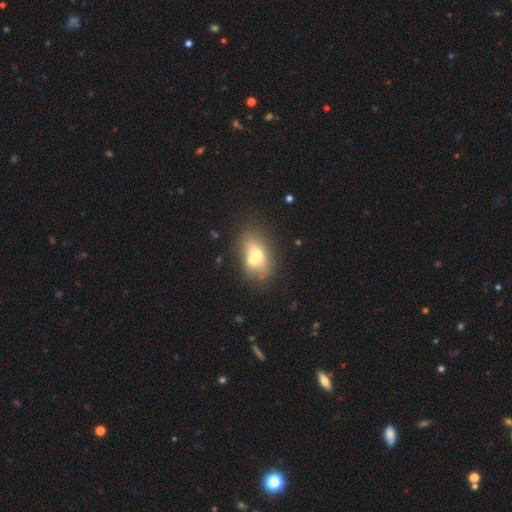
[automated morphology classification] Smooth or featured?
  - smooth: 56% *
  - featured or disk: 33%
  - star or artifact: 11%
How rounded?
  - in between: 73% *
  - round: 24%
  - cigar-shaped: 3%
Merging?
  - merger: 55% *
  - none: 31%
  - minor disturbance: 9%
  - major disturbance: 5%